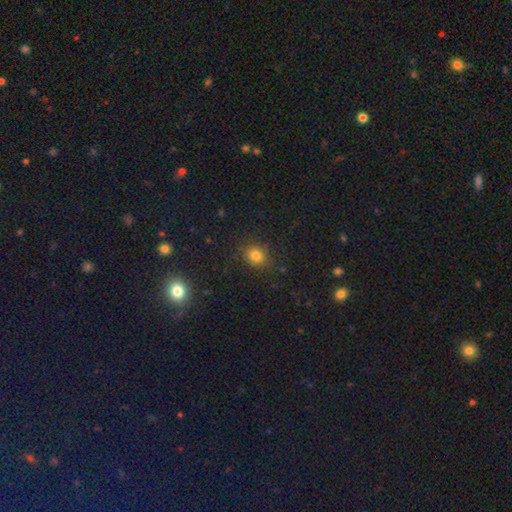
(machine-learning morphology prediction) Smooth or featured?
  - smooth: 76% *
  - star or artifact: 17%
  - featured or disk: 6%
How rounded?
  - round: 70% *
  - in between: 29%
  - cigar-shaped: 1%
Merging?
  - none: 84% *
  - minor disturbance: 10%
  - major disturbance: 4%
  - merger: 2%